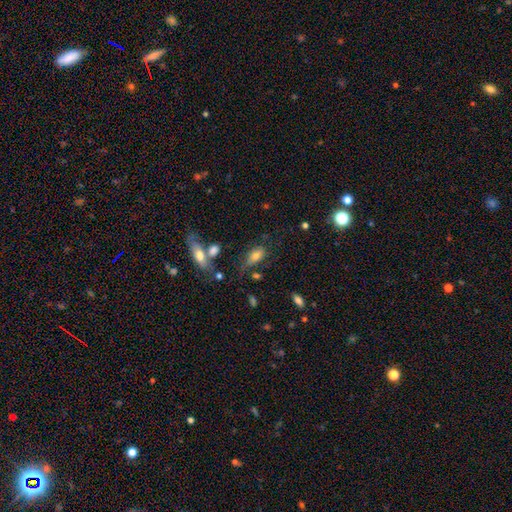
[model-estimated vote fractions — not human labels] smooth 73%, featured or disk 17%, star or artifact 10%. Down the decision tree: how rounded — in between (84%); merging — none (49%).